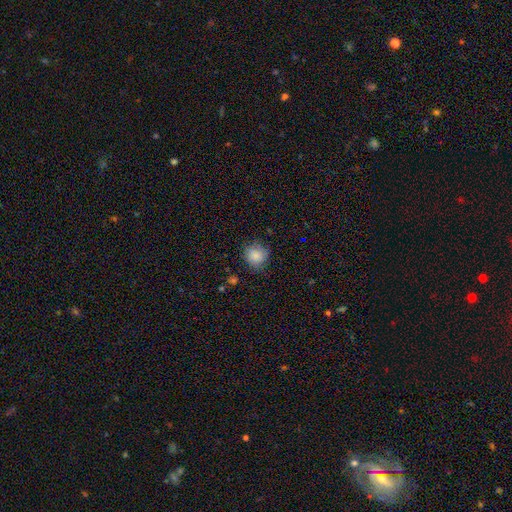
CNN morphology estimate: type=smooth (86%); roundness=round (87%); merging=none (78%).